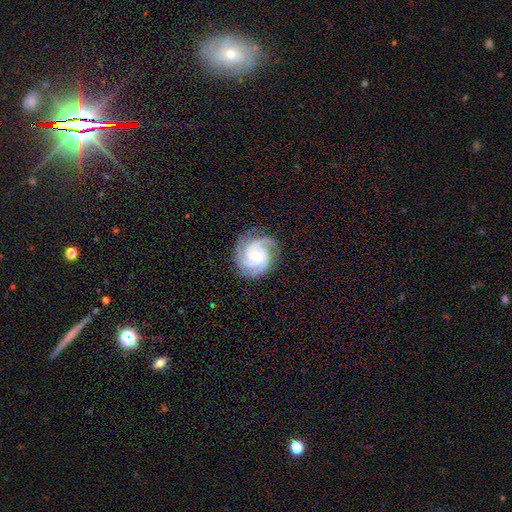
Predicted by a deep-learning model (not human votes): smooth_or_featured: featured or disk (p=0.91) [alt: smooth p=0.05]
disk_edge_on: no (p=0.98) [alt: yes p=0.02]
bar: no (p=0.62) [alt: weak p=0.31]
has_spiral_arms: yes (p=0.98) [alt: no p=0.02]
spiral_winding: tight (p=0.66) [alt: medium p=0.30]
spiral_arm_count: 3 (p=0.58) [alt: 2 p=0.14]
bulge_size: small (p=0.48) [tied with: moderate p=0.48]
merging: none (p=0.80) [alt: minor disturbance p=0.15]